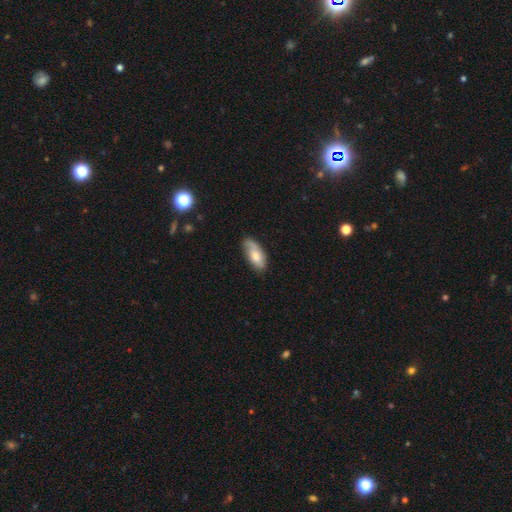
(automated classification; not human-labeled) Morphology: type=smooth (67%); roundness=in between (87%); merging=none (68%).